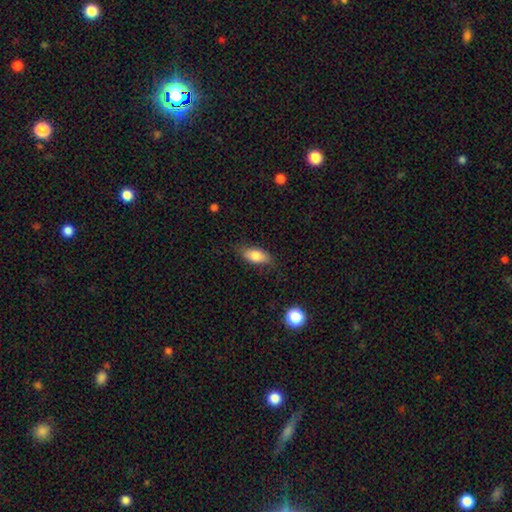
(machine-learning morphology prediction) Smooth or featured? Predicted: smooth (p=0.79). How rounded? Predicted: in between (p=0.85). Merging? Predicted: none (p=0.76).